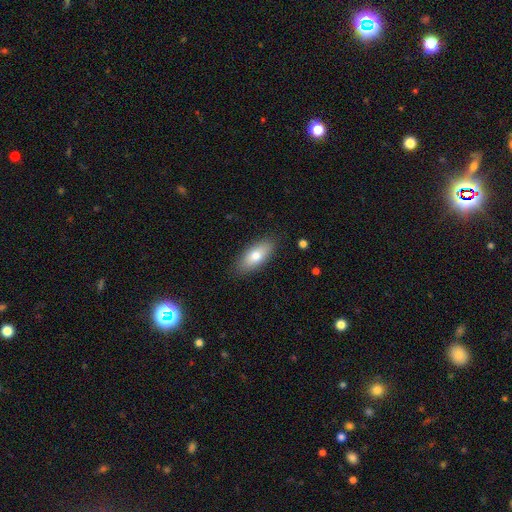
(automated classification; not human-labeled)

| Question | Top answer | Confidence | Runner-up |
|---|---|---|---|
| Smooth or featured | smooth | 75% | featured or disk (18%) |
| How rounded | in between | 82% | cigar-shaped (15%) |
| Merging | none | 86% | minor disturbance (11%) |